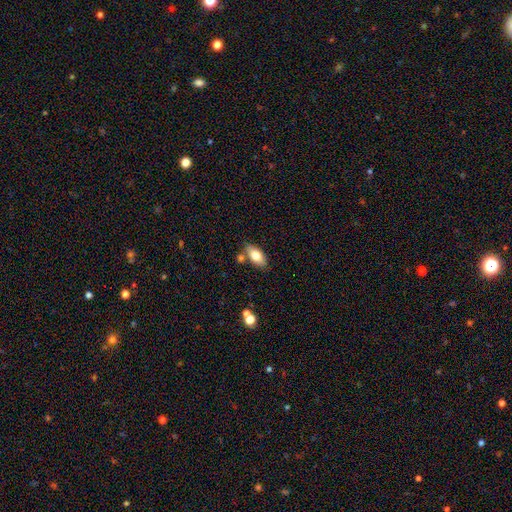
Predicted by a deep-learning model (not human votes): Overall: smooth (77%). How rounded: in between (90%). Merging: none (74%).